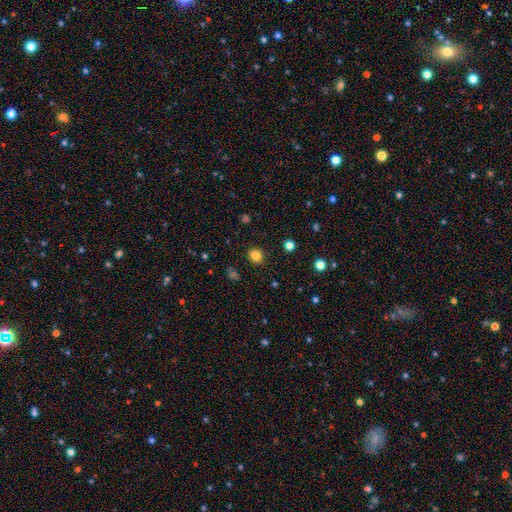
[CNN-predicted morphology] Smooth or featured: smooth — 82% (star or artifact — 13%)
How rounded: round — 80% (in between — 19%)
Merging: none — 90% (minor disturbance — 6%)